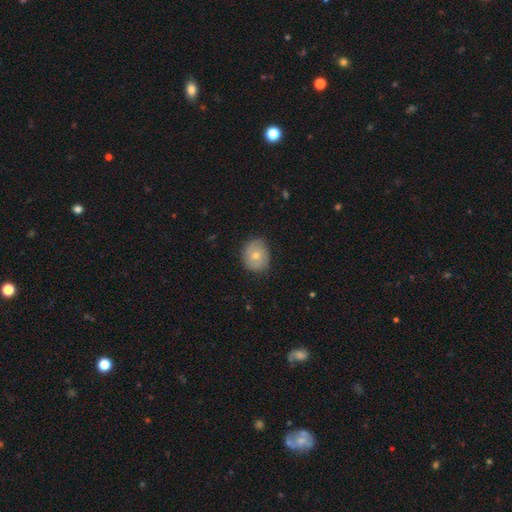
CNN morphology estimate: Q: Smooth or featured?
A: smooth (59%); runner-up: featured or disk (34%)
Q: How rounded?
A: round (68%); runner-up: in between (31%)
Q: Merging?
A: none (75%); runner-up: minor disturbance (20%)